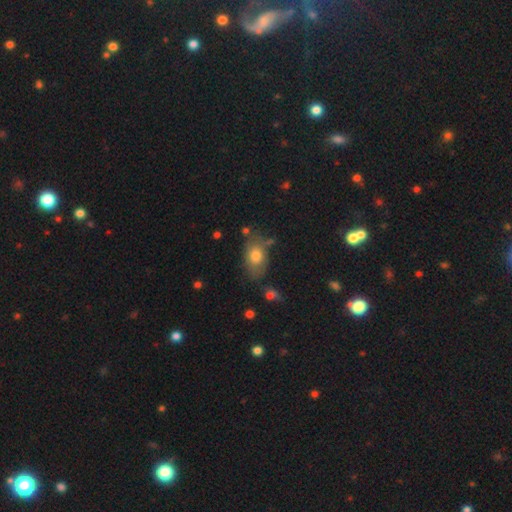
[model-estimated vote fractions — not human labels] This appears to be a smooth galaxy with no disk features (76%) that is in between round and cigar-shaped (84%). Merging: none (65%).